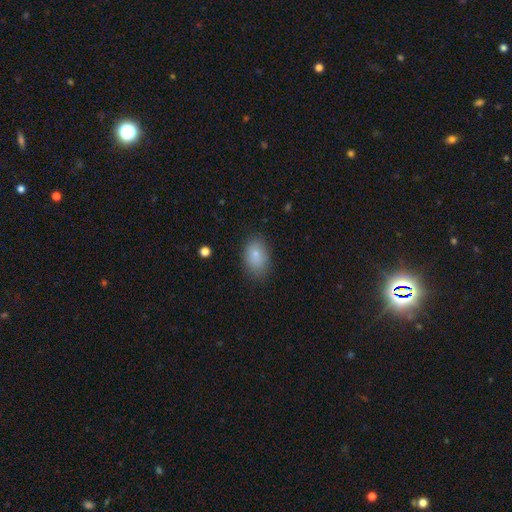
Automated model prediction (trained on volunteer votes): A smooth galaxy with no disk features (81%) that is in between round and cigar-shaped (84%).

Vote fractions:
- Smooth or featured? smooth: 81% / featured or disk: 10% / star or artifact: 9%
- How rounded? in between: 84% / round: 15% / cigar-shaped: 1%
- Merging? none: 80% / minor disturbance: 15% / major disturbance: 4% / merger: 1%